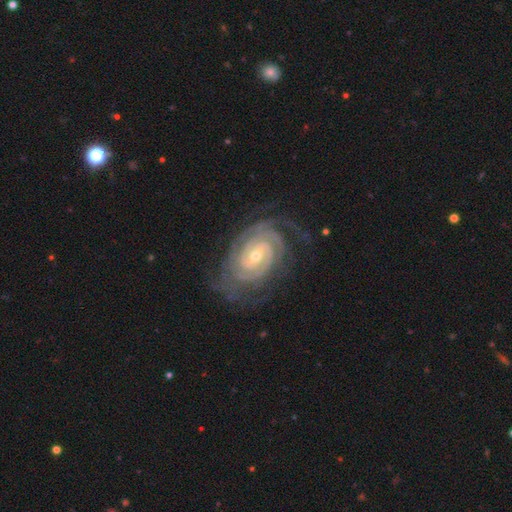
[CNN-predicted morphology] Q: Smooth or featured?
A: featured or disk (92%); runner-up: star or artifact (5%)
Q: Edge-on disk?
A: no (97%); runner-up: yes (3%)
Q: Bar?
A: no (44%); runner-up: weak (39%)
Q: Spiral arms?
A: yes (98%); runner-up: no (2%)
Q: Spiral winding?
A: tight (82%); runner-up: medium (16%)
Q: Spiral arm count?
A: 2 (25%); runner-up: can't tell (22%)
Q: Bulge size?
A: small (65%); runner-up: moderate (32%)
Q: Merging?
A: none (73%); runner-up: minor disturbance (17%)